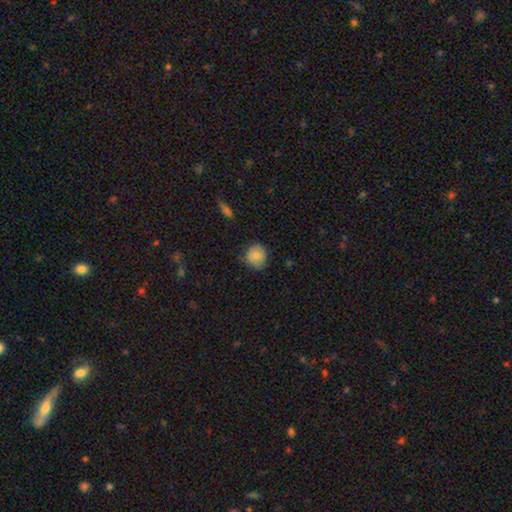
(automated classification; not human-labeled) Overall: smooth (81%). How rounded: round (80%). Merging: none (71%).